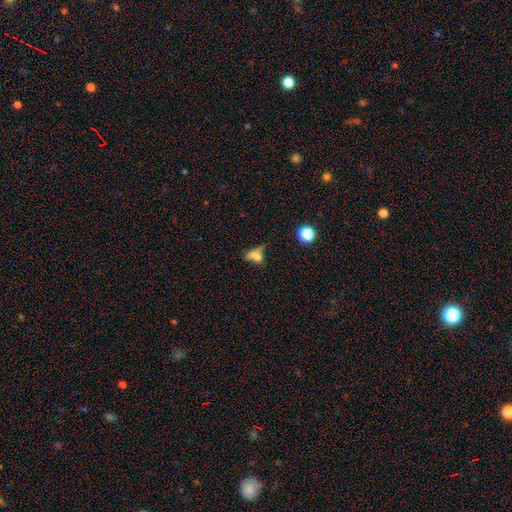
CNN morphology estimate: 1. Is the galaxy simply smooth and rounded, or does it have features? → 60% smooth, 22% featured or disk, 18% star or artifact.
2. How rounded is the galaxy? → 55% in between, 28% round, 17% cigar-shaped.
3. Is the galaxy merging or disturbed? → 37% none, 28% merger, 18% minor disturbance, 18% major disturbance.